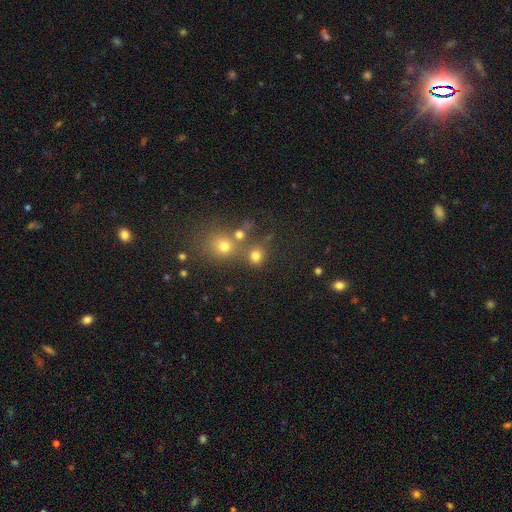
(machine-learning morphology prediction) This appears to be a smooth galaxy with no disk features (74%) that is round (81%). Merging: none (61%).